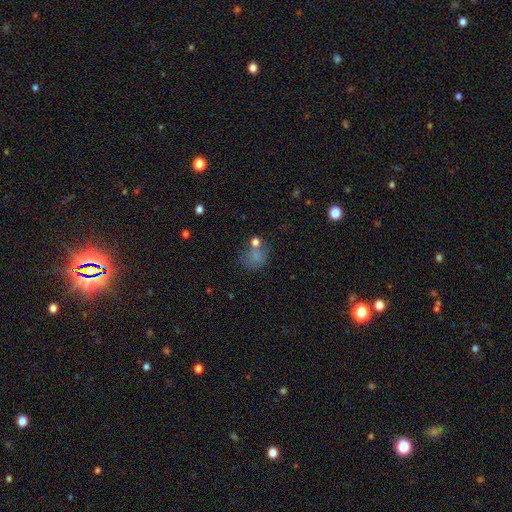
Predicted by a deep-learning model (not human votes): A smooth galaxy with no disk features (71%) that is round (58%). Merging: none (46%).